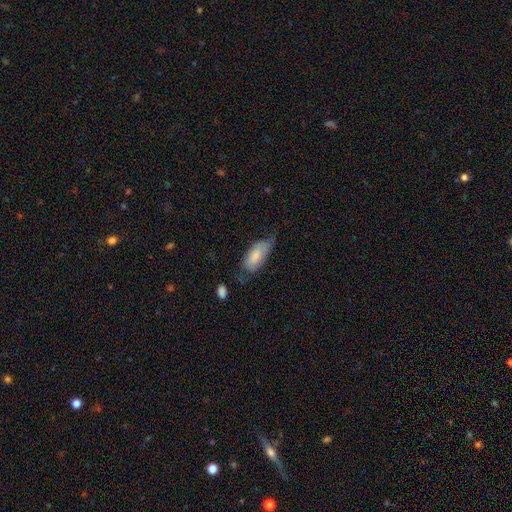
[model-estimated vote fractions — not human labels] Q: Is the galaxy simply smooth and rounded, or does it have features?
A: smooth — 69%.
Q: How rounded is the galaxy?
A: in between — 88%.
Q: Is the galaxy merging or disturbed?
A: none — 44%.